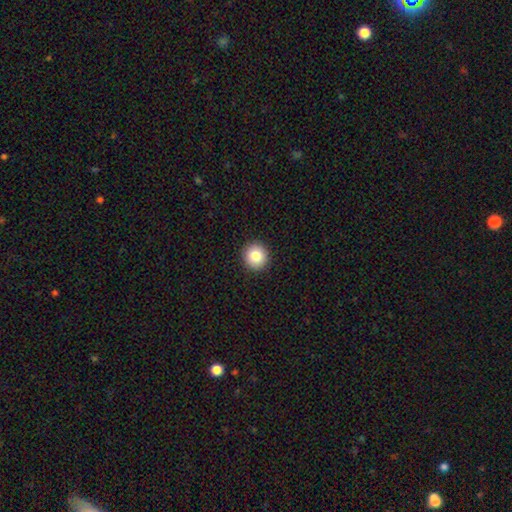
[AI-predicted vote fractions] Overall: smooth (82%). How rounded: round (94%). Merging: none (93%).